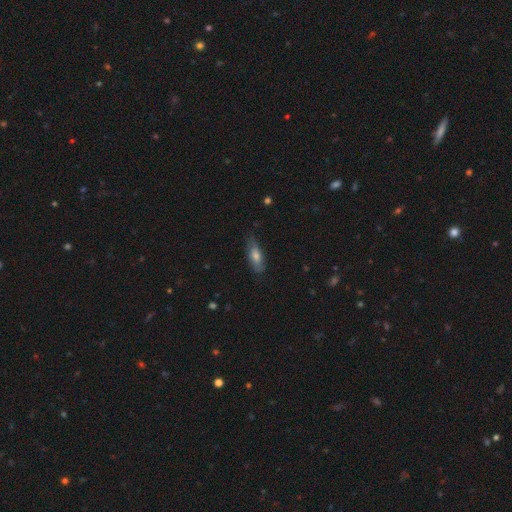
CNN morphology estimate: smooth 63%, featured or disk 29%, star or artifact 7%. Down the decision tree: how rounded — in between (61%); merging — none (74%).